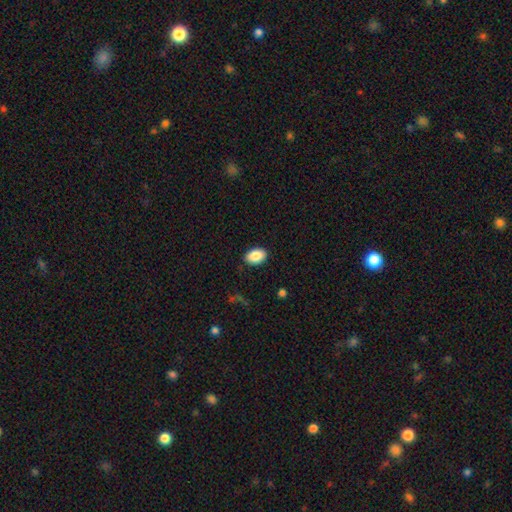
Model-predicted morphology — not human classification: Smooth or featured: smooth — 88% (star or artifact — 7%)
How rounded: in between — 87% (round — 12%)
Merging: none — 88% (minor disturbance — 8%)